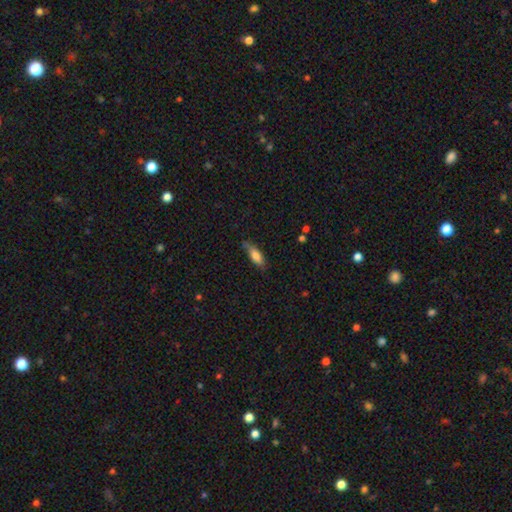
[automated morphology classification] smooth-or-featured: smooth: 74% | featured or disk: 19% | star or artifact: 7%
  how-rounded: in between: 60% | cigar-shaped: 38% | round: 2%
  merging: none: 64% | minor disturbance: 27% | major disturbance: 6% | merger: 3%